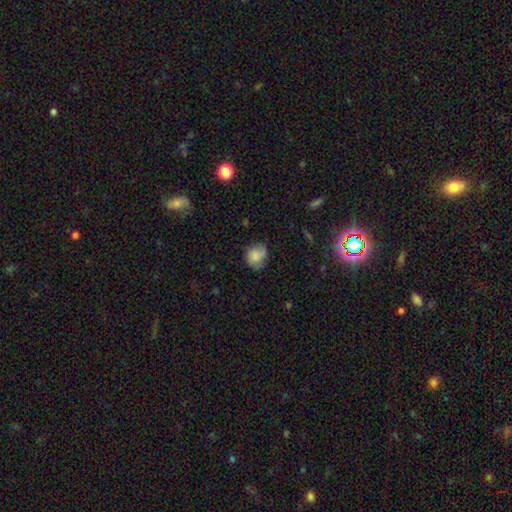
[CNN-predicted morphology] Smooth or featured: smooth — 71% (featured or disk — 20%)
How rounded: round — 66% (in between — 33%)
Merging: none — 60% (minor disturbance — 30%)